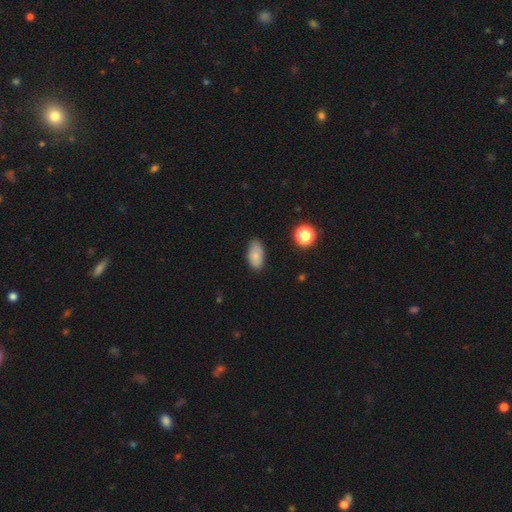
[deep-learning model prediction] Overall: smooth (80%). How rounded: in between (91%). Merging: none (81%).